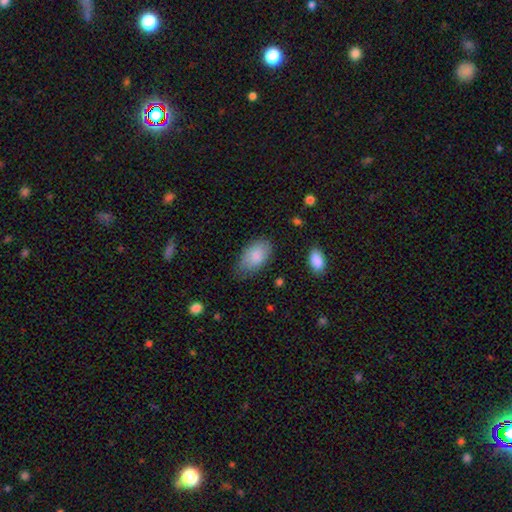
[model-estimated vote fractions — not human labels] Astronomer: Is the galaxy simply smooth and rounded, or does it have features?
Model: smooth — 85%.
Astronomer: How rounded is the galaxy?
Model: in between — 94%.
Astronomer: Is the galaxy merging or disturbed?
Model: none — 68%.